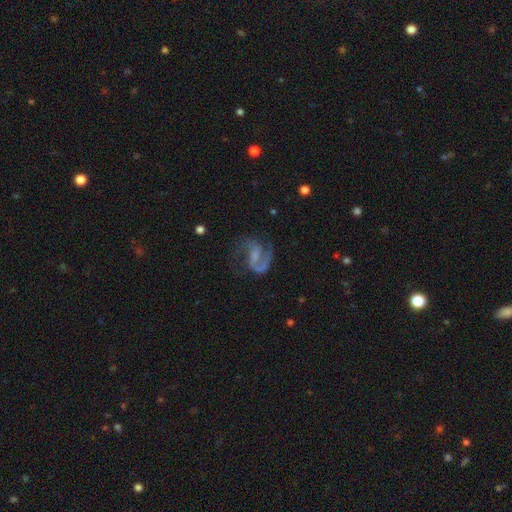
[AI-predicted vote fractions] Smooth or featured? featured or disk (83%)
Edge-on disk? no (98%)
Bar? weak (47%)
Spiral arms? yes (94%)
Spiral winding? medium (51%)
Spiral arm count? 2 (71%)
Bulge size? small (37%)
Merging? none (53%)